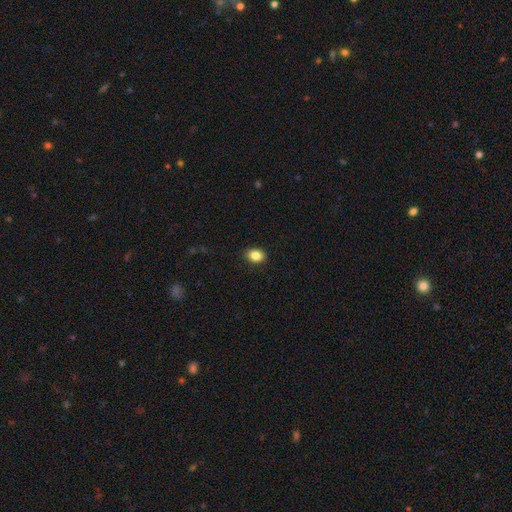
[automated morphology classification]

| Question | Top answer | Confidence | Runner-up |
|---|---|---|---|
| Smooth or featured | smooth | 86% | star or artifact (9%) |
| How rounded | in between | 70% | round (28%) |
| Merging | none | 90% | minor disturbance (8%) |